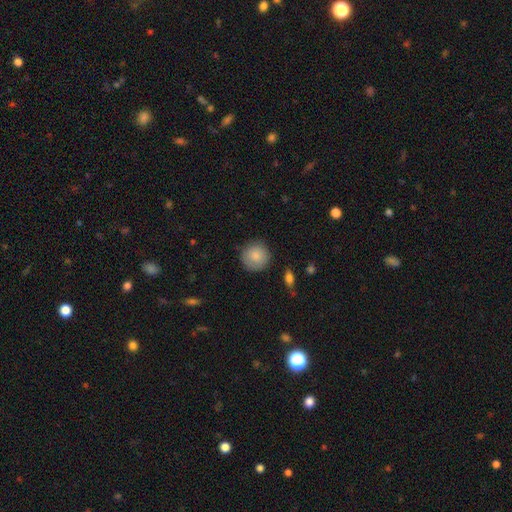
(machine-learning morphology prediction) Smooth or featured: smooth — 85% (featured or disk — 8%)
How rounded: round — 94% (in between — 5%)
Merging: none — 85% (minor disturbance — 11%)